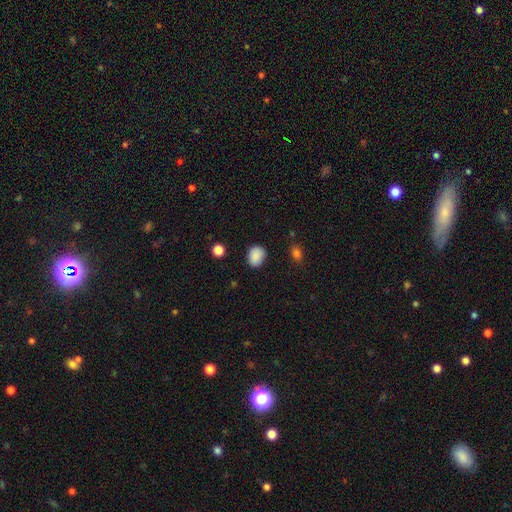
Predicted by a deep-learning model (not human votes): Q: Smooth or featured?
A: smooth (88%); runner-up: star or artifact (8%)
Q: How rounded?
A: in between (51%); runner-up: round (48%)
Q: Merging?
A: none (82%); runner-up: minor disturbance (13%)